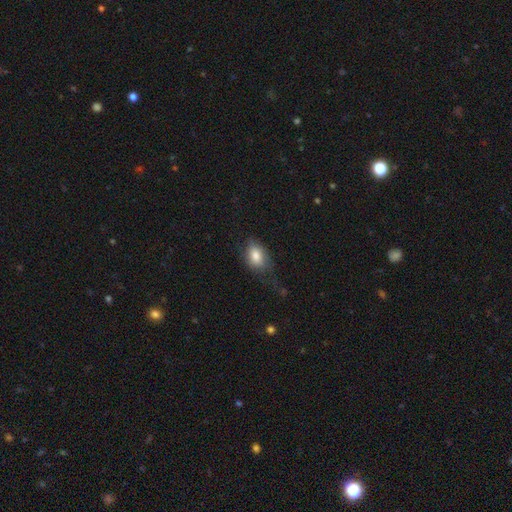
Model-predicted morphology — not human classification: A smooth galaxy with no disk features (81%) that is in between round and cigar-shaped (82%).

Vote fractions:
- Smooth or featured? smooth: 81% / featured or disk: 11% / star or artifact: 8%
- How rounded? in between: 82% / round: 16% / cigar-shaped: 2%
- Merging? none: 55% / minor disturbance: 28% / major disturbance: 15% / merger: 2%